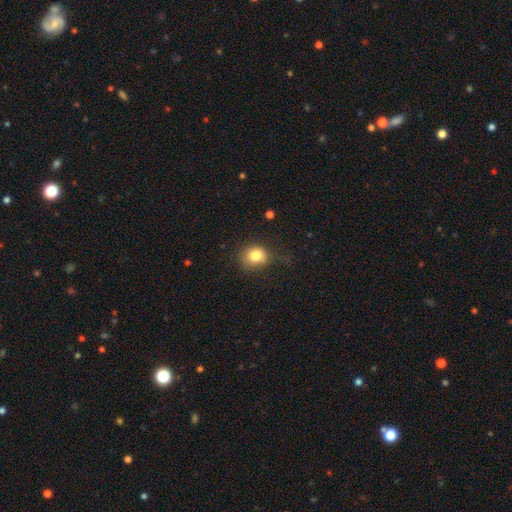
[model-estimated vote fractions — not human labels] A smooth galaxy with no disk features (81%) that is round (72%). Merging: none (68%).